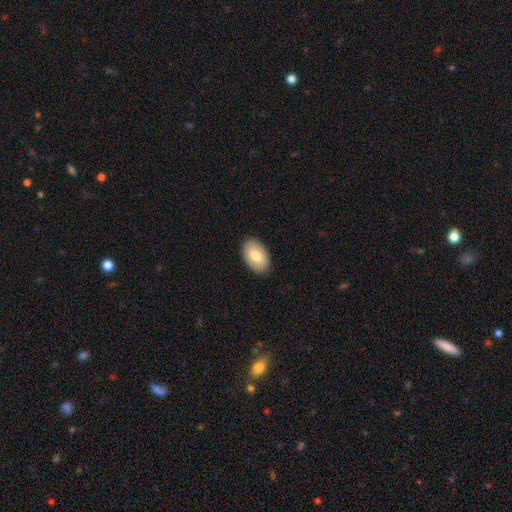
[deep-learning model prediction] The model was most divided on "smooth or featured": smooth: 78%, featured or disk: 16%, star or artifact: 6%. More confident: how rounded — in between (93%); merging — none (89%).